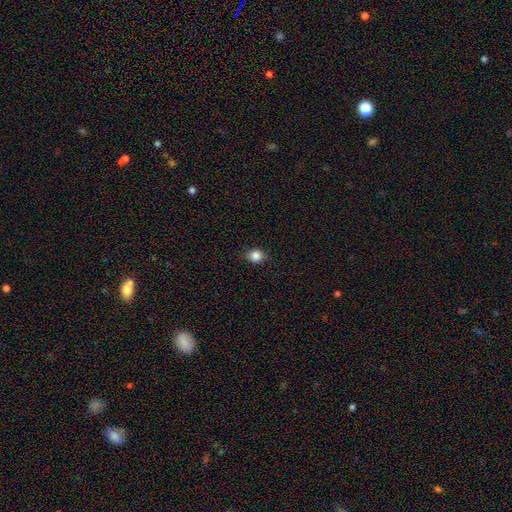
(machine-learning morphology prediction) smooth_or_featured: smooth (p=0.85) [alt: star or artifact p=0.11]
how_rounded: round (p=0.67) [alt: in between p=0.32]
merging: none (p=0.87) [alt: minor disturbance p=0.10]